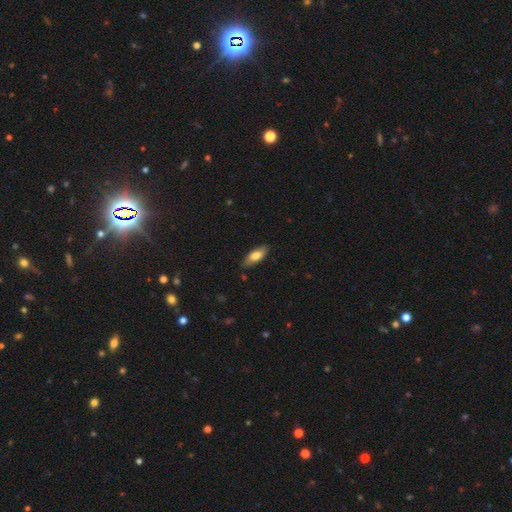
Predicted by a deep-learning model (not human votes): A smooth galaxy with no disk features (77%) that is in between round and cigar-shaped (77%). Merging: none (80%).